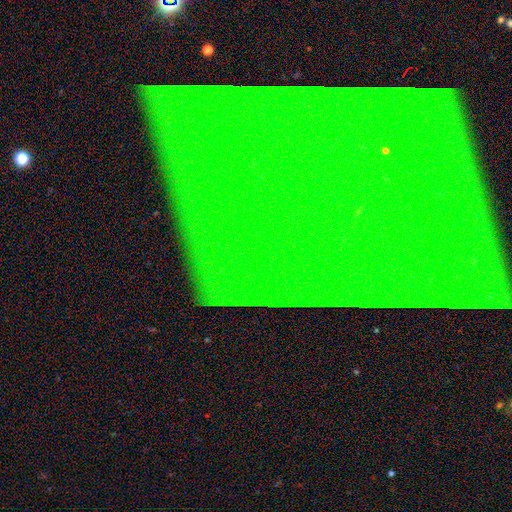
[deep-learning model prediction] smooth-or-featured: star or artifact: 84% | featured or disk: 9% | smooth: 7%